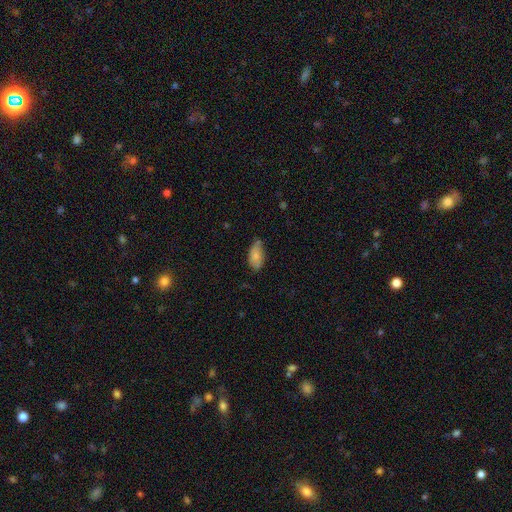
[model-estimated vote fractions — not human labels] Smooth or featured: smooth — 82% (featured or disk — 11%)
How rounded: in between — 91% (cigar-shaped — 6%)
Merging: none — 56% (minor disturbance — 34%)